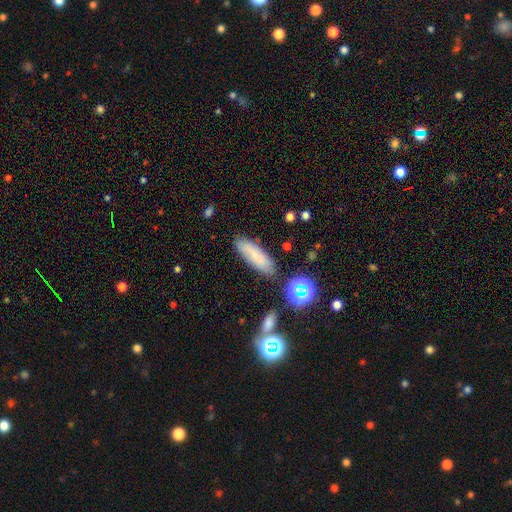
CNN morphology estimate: This is likely a smooth galaxy (70%). How rounded: possibly cigar-shaped (53%). Merging: likely none (78%).